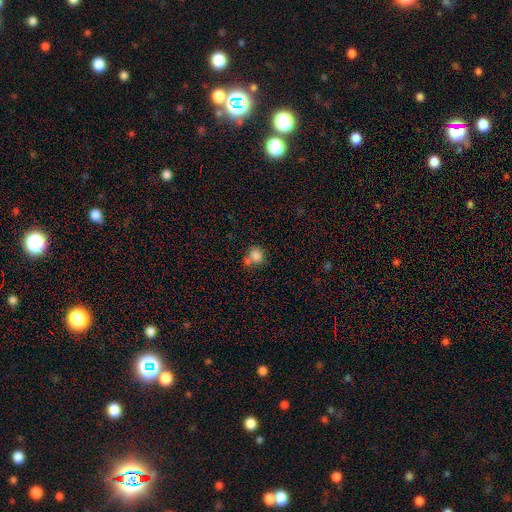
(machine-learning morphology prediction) smooth 83%, star or artifact 11%, featured or disk 6%. Down the decision tree: how rounded — round (83%); merging — none (52%).